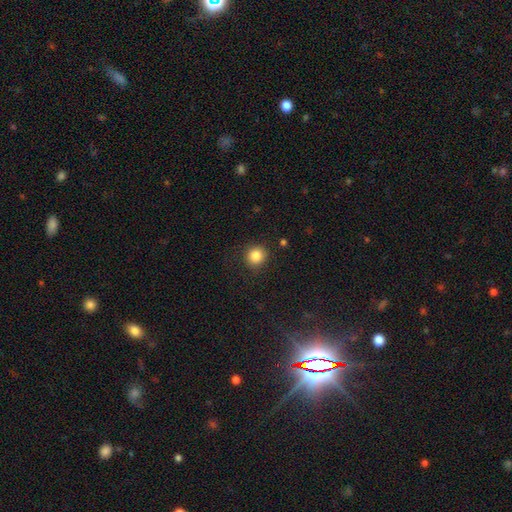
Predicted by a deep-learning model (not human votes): This is clearly a smooth galaxy (84%). How rounded: clearly round (91%). Merging: clearly none (88%).